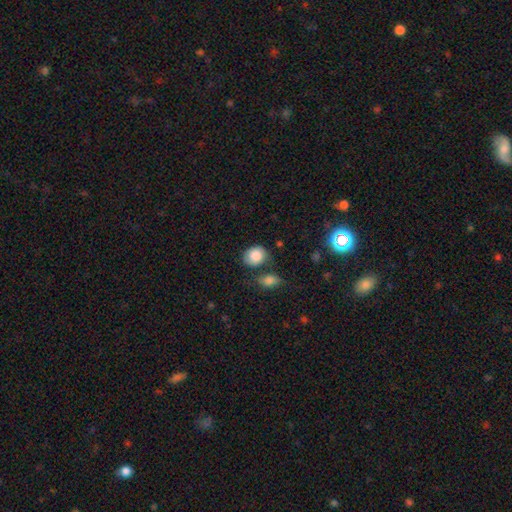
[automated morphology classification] This is clearly a smooth galaxy (85%). How rounded: possibly round (55%). Merging: possibly none (60%).